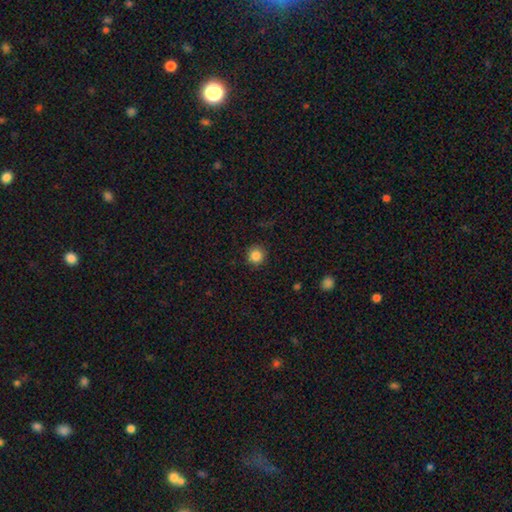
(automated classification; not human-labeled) Q: Smooth or featured?
A: smooth (85%); runner-up: star or artifact (11%)
Q: How rounded?
A: round (93%); runner-up: in between (6%)
Q: Merging?
A: none (89%); runner-up: minor disturbance (7%)